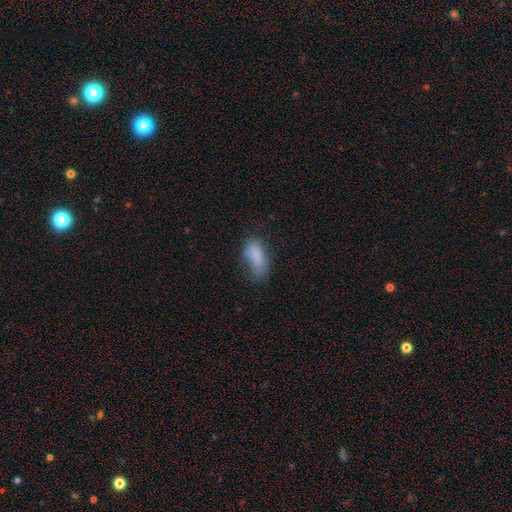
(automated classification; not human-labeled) Smooth or featured?
  - smooth: 80% *
  - featured or disk: 11%
  - star or artifact: 9%
How rounded?
  - in between: 85% *
  - cigar-shaped: 12%
  - round: 3%
Merging?
  - none: 44% *
  - minor disturbance: 34%
  - major disturbance: 19%
  - merger: 3%